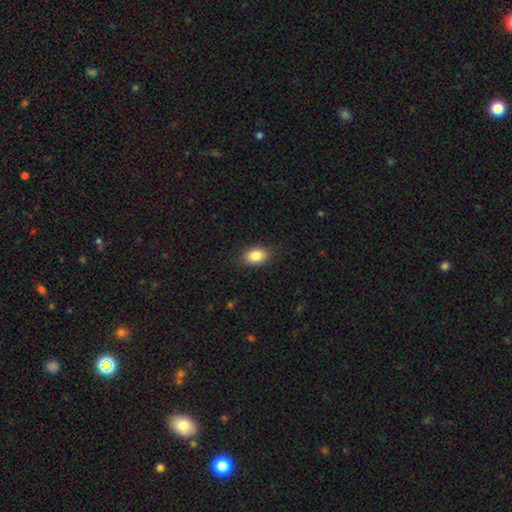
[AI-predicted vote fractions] The model was most divided on "how rounded": in between: 76%, round: 23%, cigar-shaped: 1%. More confident: merging — none (87%); smooth or featured — smooth (86%).